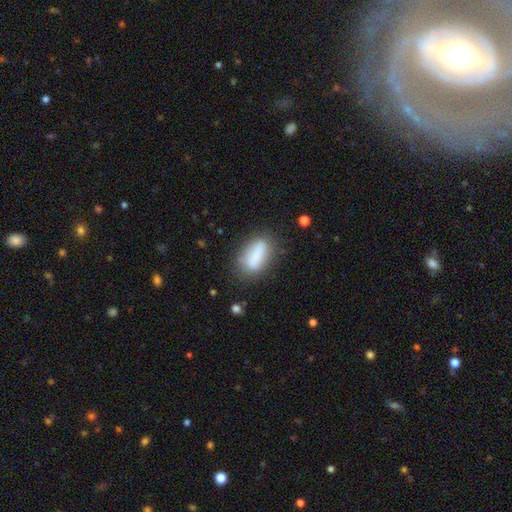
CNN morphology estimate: Smooth or featured? Predicted: smooth (p=0.79). How rounded? Predicted: in between (p=0.77). Merging? Predicted: none (p=0.69).